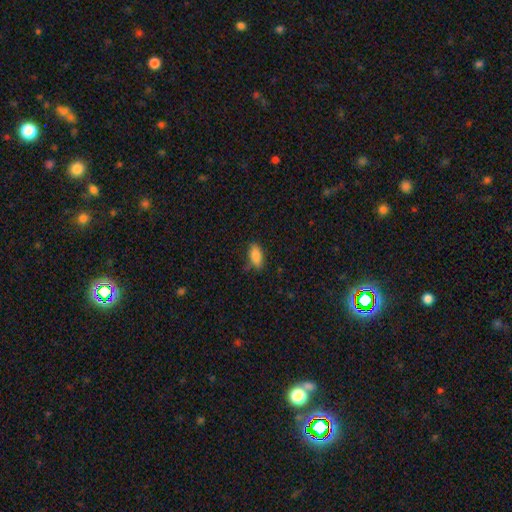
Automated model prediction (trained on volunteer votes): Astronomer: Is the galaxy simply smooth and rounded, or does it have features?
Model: smooth — 85%.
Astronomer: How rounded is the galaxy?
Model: in between — 87%.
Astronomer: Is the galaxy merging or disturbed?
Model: none — 72%.